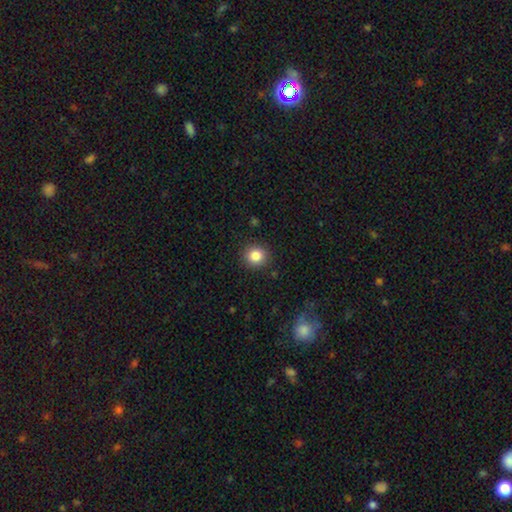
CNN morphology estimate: smooth_or_featured: smooth (p=0.84) [alt: star or artifact p=0.10]
how_rounded: round (p=0.88) [alt: in between p=0.11]
merging: none (p=0.90) [alt: minor disturbance p=0.07]